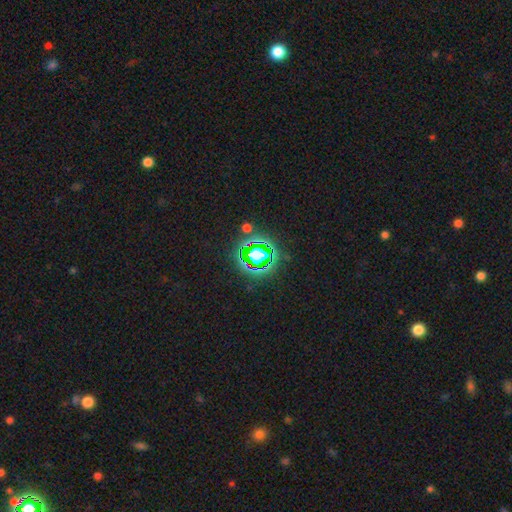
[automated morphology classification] type=star or artifact (66%).